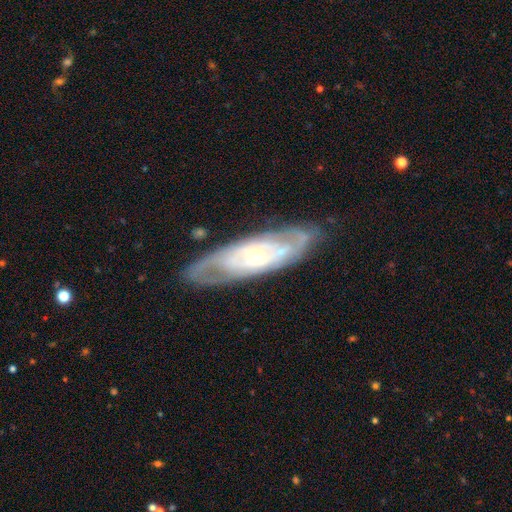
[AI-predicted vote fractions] Q: Smooth or featured?
A: featured or disk (81%); runner-up: smooth (14%)
Q: Edge-on disk?
A: no (82%); runner-up: yes (18%)
Q: Bar?
A: no (62%); runner-up: weak (27%)
Q: Spiral arms?
A: yes (75%); runner-up: no (25%)
Q: Bulge size?
A: small (49%); runner-up: moderate (46%)
Q: Merging?
A: none (78%); runner-up: minor disturbance (15%)